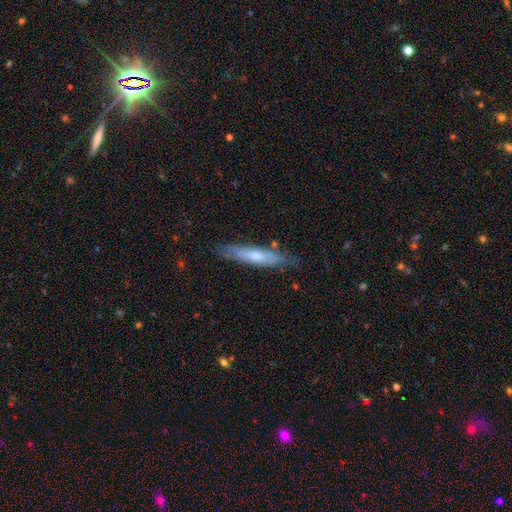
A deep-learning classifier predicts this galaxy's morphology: Smooth or featured? featured or disk (49%)
Merging? none (78%)